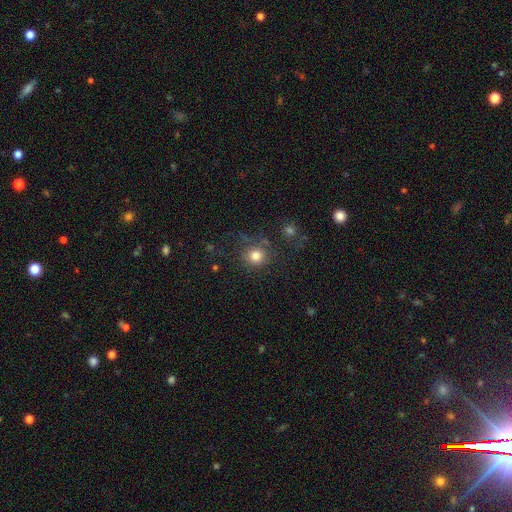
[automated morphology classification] Smooth or featured? Predicted: smooth (p=0.79). How rounded? Predicted: round (p=0.89). Merging? Predicted: none (p=0.72).